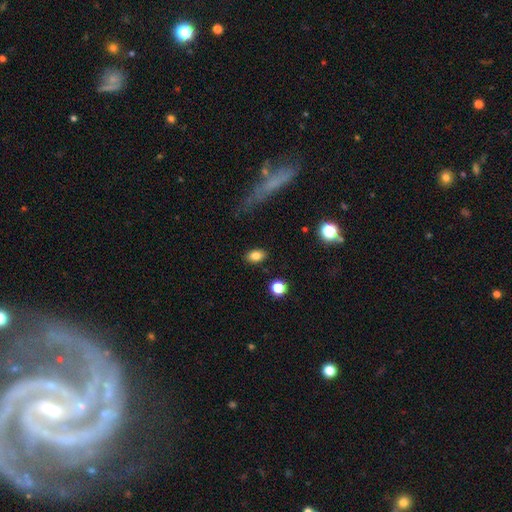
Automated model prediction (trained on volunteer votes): Smooth or featured?
  - smooth: 83% *
  - star or artifact: 10%
  - featured or disk: 7%
How rounded?
  - in between: 83% *
  - round: 15%
  - cigar-shaped: 2%
Merging?
  - none: 86% *
  - minor disturbance: 9%
  - major disturbance: 3%
  - merger: 2%